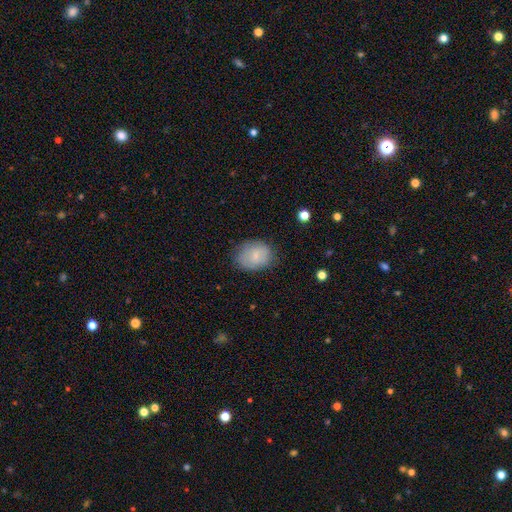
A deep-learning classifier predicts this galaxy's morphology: Smooth or featured? smooth (77%)
How rounded? in between (57%)
Merging? none (72%)